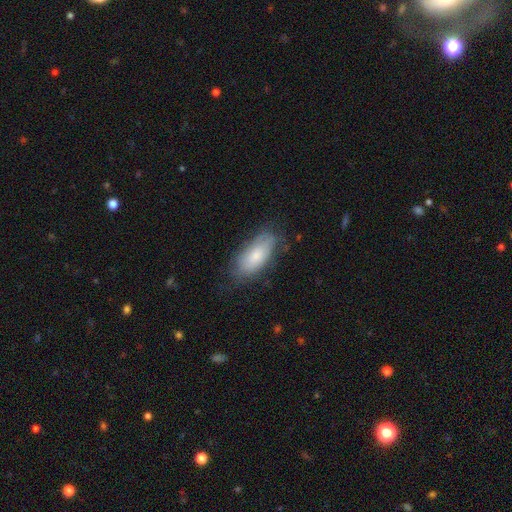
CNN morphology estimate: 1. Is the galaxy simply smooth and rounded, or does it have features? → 69% smooth, 24% featured or disk, 7% star or artifact.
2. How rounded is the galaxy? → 87% in between, 10% cigar-shaped, 2% round.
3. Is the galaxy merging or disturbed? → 68% none, 23% minor disturbance, 7% major disturbance, 1% merger.